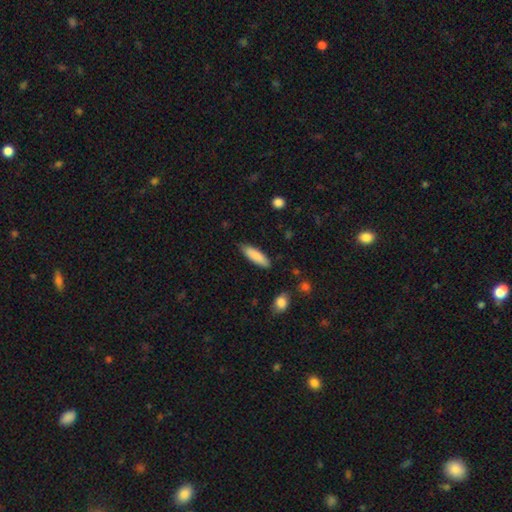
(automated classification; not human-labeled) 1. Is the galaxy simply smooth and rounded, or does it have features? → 86% smooth, 8% featured or disk, 6% star or artifact.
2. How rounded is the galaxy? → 53% cigar-shaped, 46% in between, 1% round.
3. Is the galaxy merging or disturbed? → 86% none, 11% minor disturbance, 2% major disturbance, 1% merger.